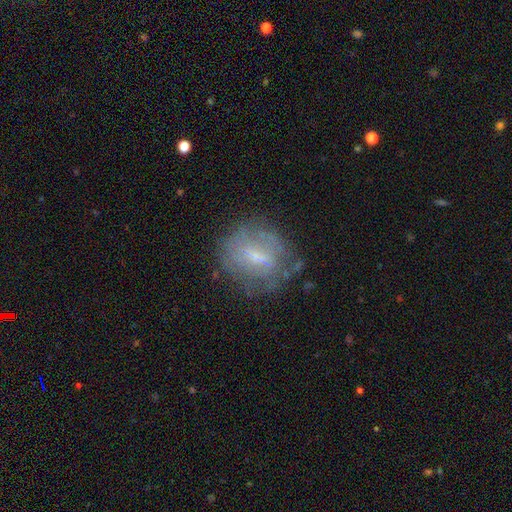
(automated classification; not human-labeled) A featured or disk galaxy (57%) with a weak bar (55%), no spiral arms (53%) and a small central bulge (53%).

Vote fractions:
- Smooth or featured? featured or disk: 57% / smooth: 33% / star or artifact: 10%
- Edge-on disk? no: 94% / yes: 6%
- Bar? weak: 55% / no: 23% / strong: 22%
- Spiral arms? no: 53% / yes: 47%
- Bulge size? small: 53% / moderate: 31% / none: 12% / large: 2% / dominant: 1%
- Merging? none: 66% / minor disturbance: 21% / major disturbance: 11% / merger: 2%